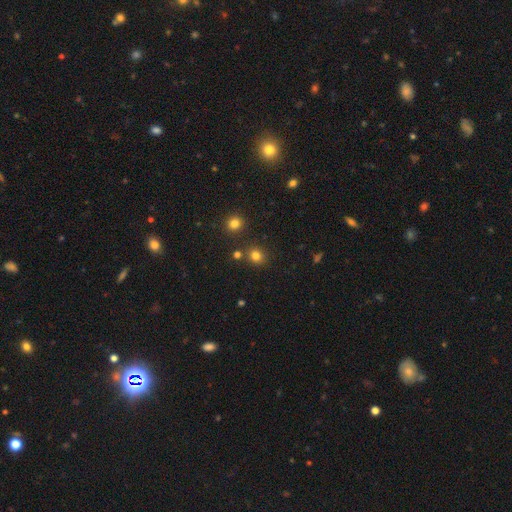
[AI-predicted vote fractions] A smooth galaxy with no disk features (79%) that is round (82%). Merging: none (81%).